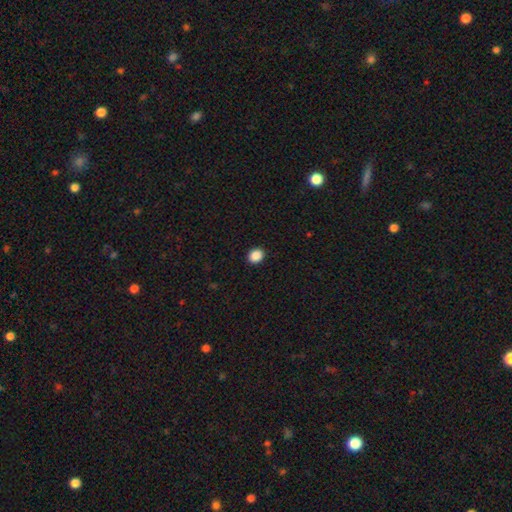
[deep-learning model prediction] Overall: smooth (88%). How rounded: round (58%; in between 41%). Merging: none (92%).